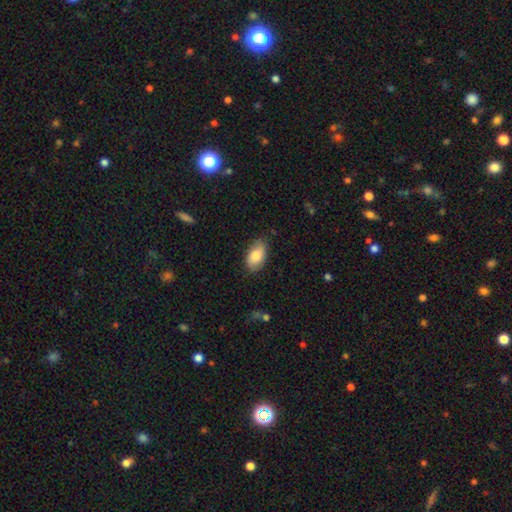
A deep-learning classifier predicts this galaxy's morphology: A smooth galaxy with no disk features (81%) that is in between round and cigar-shaped (93%). Merging: none (77%).